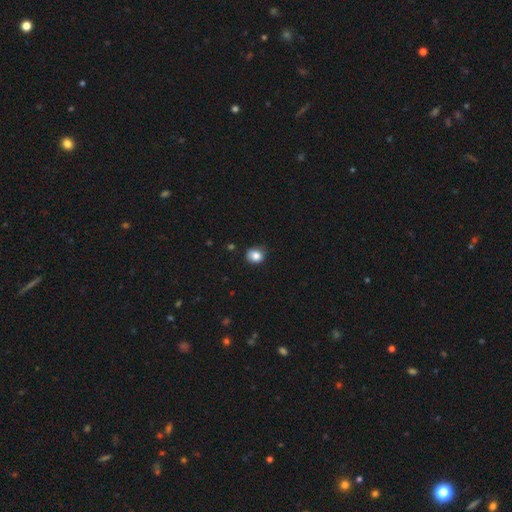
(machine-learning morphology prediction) Smooth or featured?
  - smooth: 84% *
  - star or artifact: 10%
  - featured or disk: 6%
How rounded?
  - round: 73% *
  - in between: 26%
  - cigar-shaped: 1%
Merging?
  - none: 75% *
  - minor disturbance: 20%
  - major disturbance: 3%
  - merger: 2%